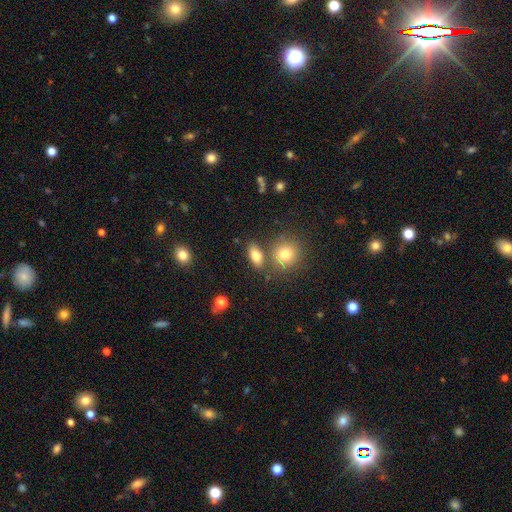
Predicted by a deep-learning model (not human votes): smooth-or-featured: smooth: 80% | featured or disk: 10% | star or artifact: 10%
  how-rounded: in between: 79% | round: 12% | cigar-shaped: 9%
  merging: none: 71% | merger: 14% | minor disturbance: 11% | major disturbance: 4%